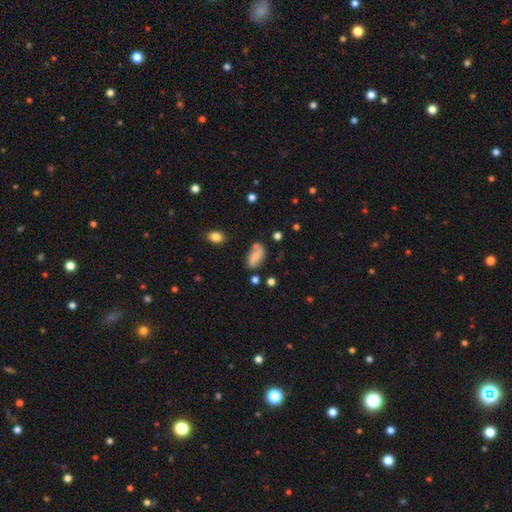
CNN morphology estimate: Overall: smooth (64%; featured or disk 27%). How rounded: in between (87%). Merging: none (63%).